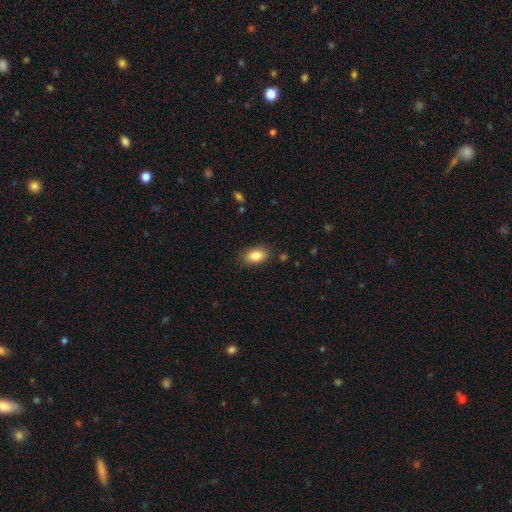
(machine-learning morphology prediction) smooth_or_featured: smooth (p=0.86) [alt: star or artifact p=0.08]
how_rounded: in between (p=0.90) [alt: round p=0.07]
merging: none (p=0.85) [alt: minor disturbance p=0.11]